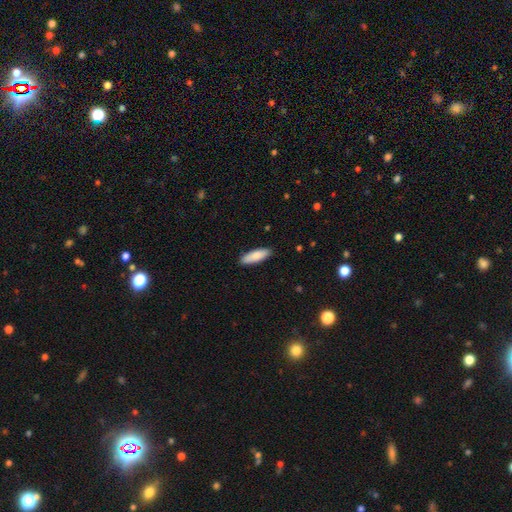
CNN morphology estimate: Overall: smooth (84%). How rounded: in between (51%; cigar-shaped 47%). Merging: none (89%).